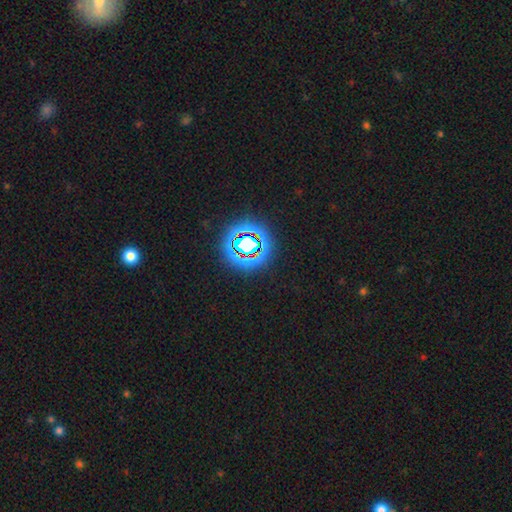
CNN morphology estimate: star or artifact 77%, smooth 16%, featured or disk 8%.